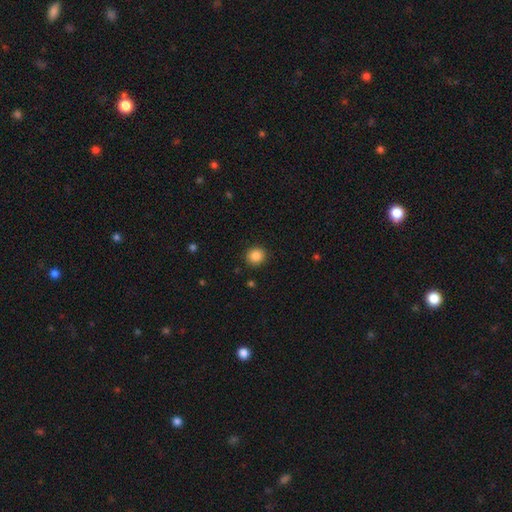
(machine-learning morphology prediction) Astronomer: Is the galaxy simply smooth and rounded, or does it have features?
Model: smooth — 87%.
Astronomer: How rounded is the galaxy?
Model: round — 88%.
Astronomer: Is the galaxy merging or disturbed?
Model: none — 91%.